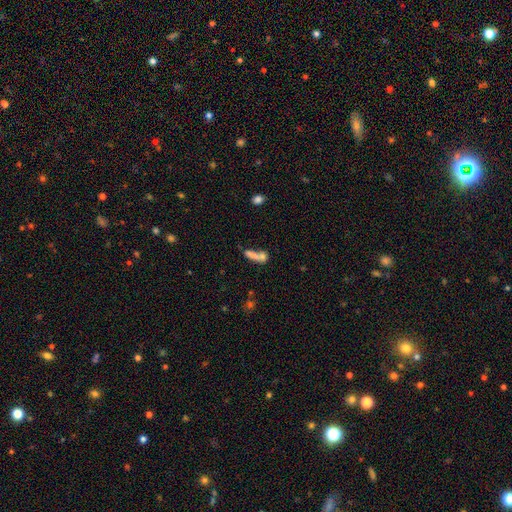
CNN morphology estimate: The model was most divided on "how rounded": cigar-shaped: 45%, in between: 44%, round: 10%. More confident: smooth or featured — smooth (70%); merging — merger (53%).